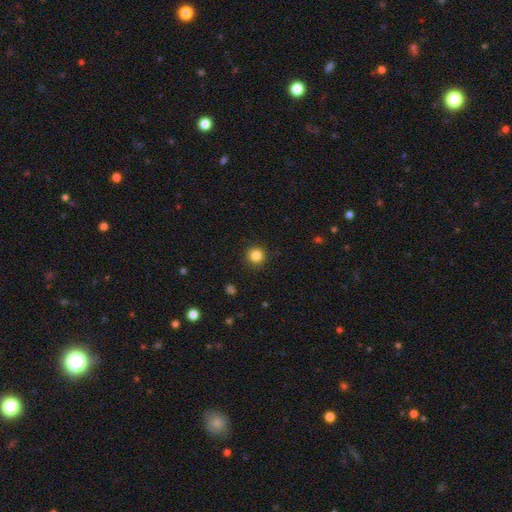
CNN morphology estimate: Overall: smooth (84%). How rounded: round (95%). Merging: none (92%).